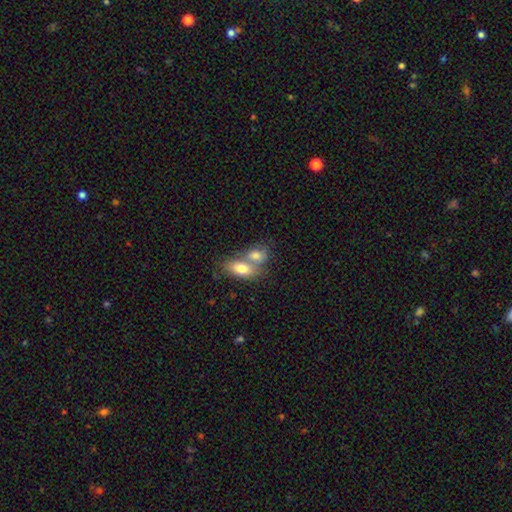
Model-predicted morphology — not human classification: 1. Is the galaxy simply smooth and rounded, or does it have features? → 77% smooth, 16% featured or disk, 7% star or artifact.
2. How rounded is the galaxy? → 81% in between, 16% round, 3% cigar-shaped.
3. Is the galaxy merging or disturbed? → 65% merger, 24% none, 7% minor disturbance, 3% major disturbance.